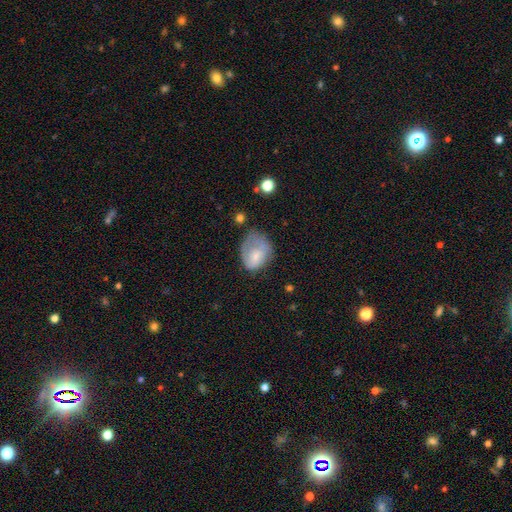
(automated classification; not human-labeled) smooth 61%, featured or disk 32%, star or artifact 8%. Down the decision tree: how rounded — in between (61%); merging — minor disturbance (34%).